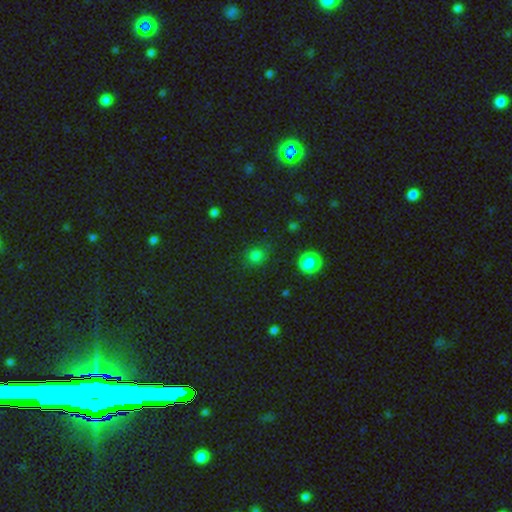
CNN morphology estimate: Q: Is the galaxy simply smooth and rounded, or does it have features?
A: smooth — 75%.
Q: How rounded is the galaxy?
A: round — 78%.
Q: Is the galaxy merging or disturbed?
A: none — 78%.